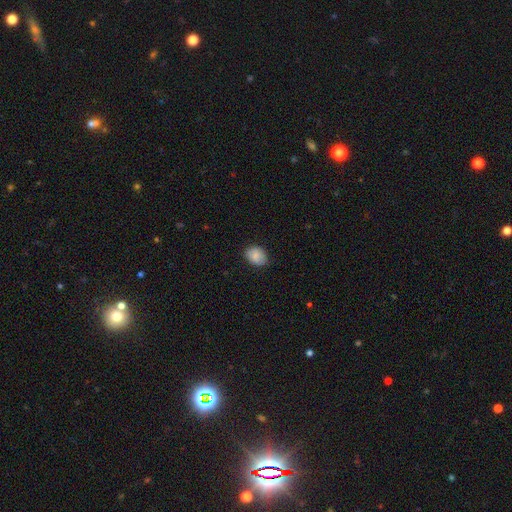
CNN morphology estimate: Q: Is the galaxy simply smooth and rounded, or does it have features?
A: smooth — 84%.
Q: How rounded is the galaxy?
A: in between — 64%.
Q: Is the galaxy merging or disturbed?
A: none — 79%.